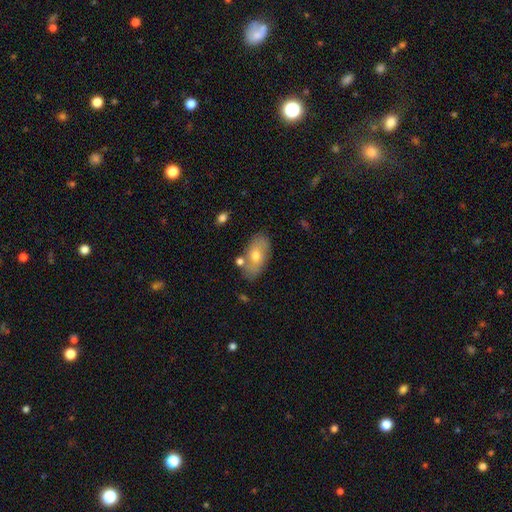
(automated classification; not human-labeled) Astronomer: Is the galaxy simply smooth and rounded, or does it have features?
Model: smooth — 66%.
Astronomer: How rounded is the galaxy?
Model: in between — 92%.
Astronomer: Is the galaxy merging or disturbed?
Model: none — 72%.